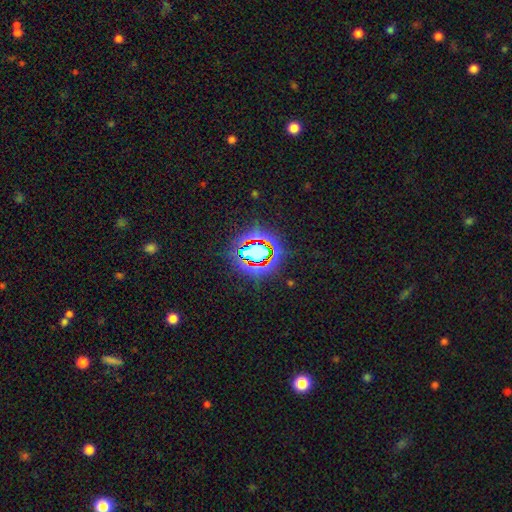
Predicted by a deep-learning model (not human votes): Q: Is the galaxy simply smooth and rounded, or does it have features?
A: star or artifact — 74%.